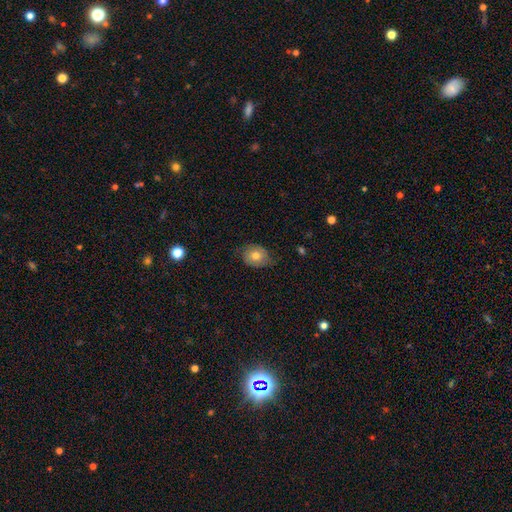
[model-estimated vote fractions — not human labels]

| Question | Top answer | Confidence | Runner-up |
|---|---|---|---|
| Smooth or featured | smooth | 70% | featured or disk (22%) |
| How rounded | in between | 55% | round (44%) |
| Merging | none | 70% | minor disturbance (24%) |